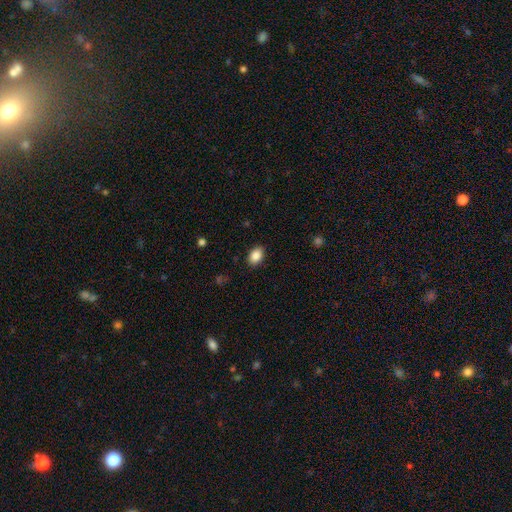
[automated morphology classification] Smooth or featured? smooth (88%)
How rounded? in between (78%)
Merging? none (88%)